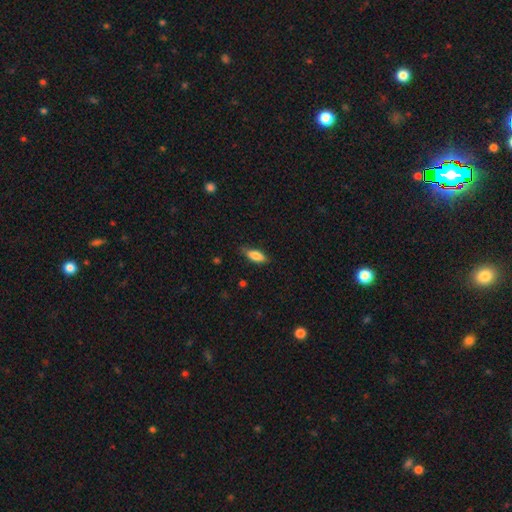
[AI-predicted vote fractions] The model was most divided on "how rounded": in between: 73%, cigar-shaped: 25%, round: 2%. More confident: smooth or featured — smooth (80%); merging — none (77%).